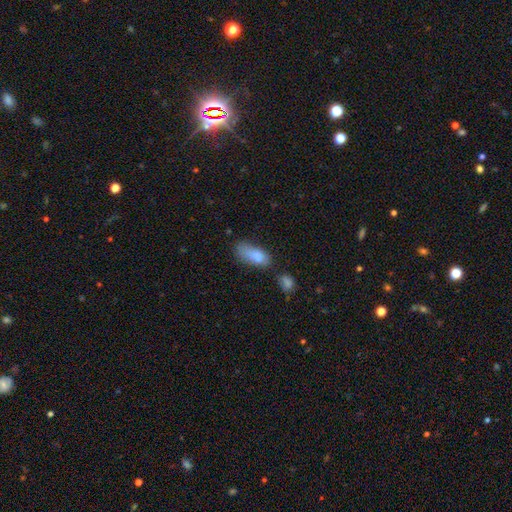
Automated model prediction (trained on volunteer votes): This is clearly a smooth galaxy (82%). How rounded: clearly in between (84%). Merging: marginally none (43%).